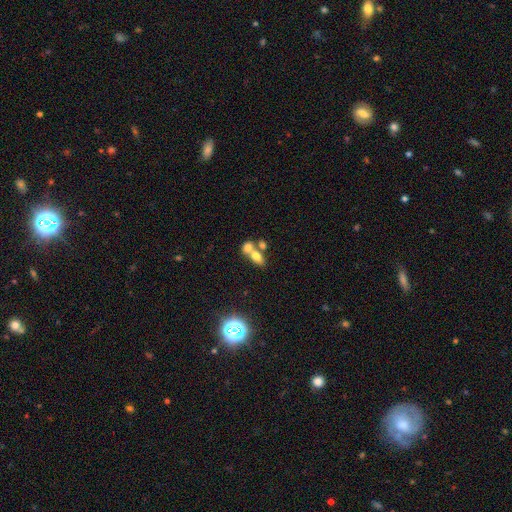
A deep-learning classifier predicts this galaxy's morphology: smooth_or_featured: smooth (p=0.70) [alt: featured or disk p=0.18]
how_rounded: in between (p=0.75) [alt: round p=0.20]
merging: merger (p=0.60) [alt: none p=0.28]